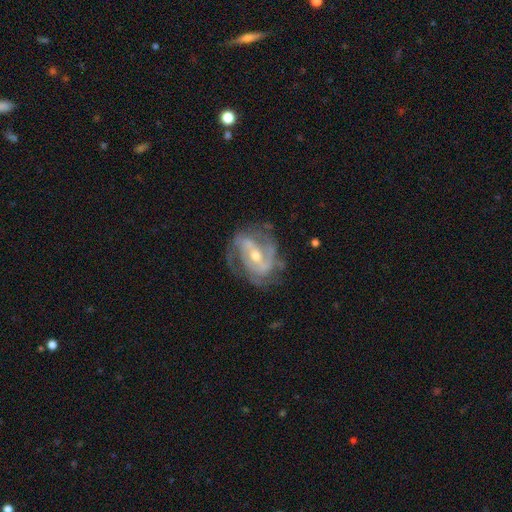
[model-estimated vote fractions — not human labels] smooth-or-featured: featured or disk: 88% | smooth: 6% | star or artifact: 5%
  disk-edge-on: no: 96% | yes: 4%
    bar: strong: 43% | weak: 39% | no: 18%
    has-spiral-arms: yes: 94% | no: 6%
      spiral-winding: medium: 46% | tight: 38% | loose: 16%
      spiral-arm-count: 2: 53% | 3: 19% | can't tell: 17% | 4: 4% | 1: 4% | more than 4: 3%
    bulge-size: moderate: 53% | small: 43% | large: 2% | none: 1% | dominant: 1%
  merging: none: 66% | minor disturbance: 20% | major disturbance: 12% | merger: 2%